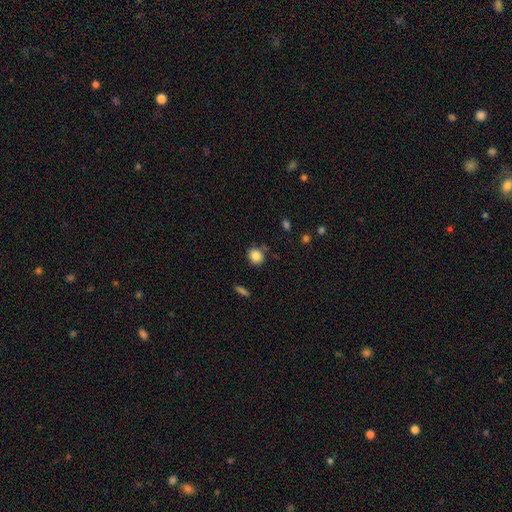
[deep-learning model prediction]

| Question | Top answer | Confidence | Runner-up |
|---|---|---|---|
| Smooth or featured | smooth | 85% | star or artifact (10%) |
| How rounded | round | 79% | in between (20%) |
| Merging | none | 79% | minor disturbance (13%) |